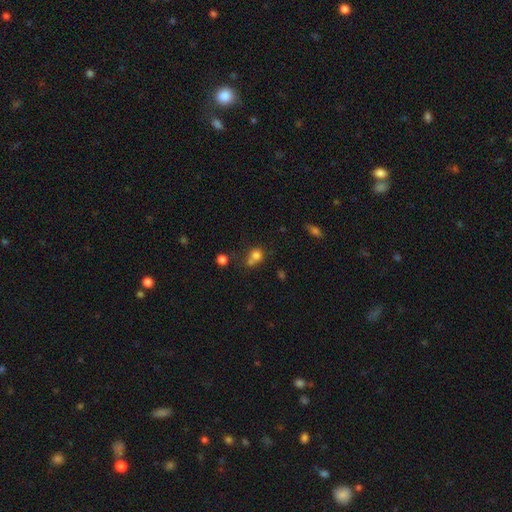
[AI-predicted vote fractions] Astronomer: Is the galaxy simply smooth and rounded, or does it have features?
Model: smooth — 77%.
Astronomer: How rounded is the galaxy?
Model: round — 76%.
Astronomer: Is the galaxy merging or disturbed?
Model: none — 44% (runner-up: merger, 35%).